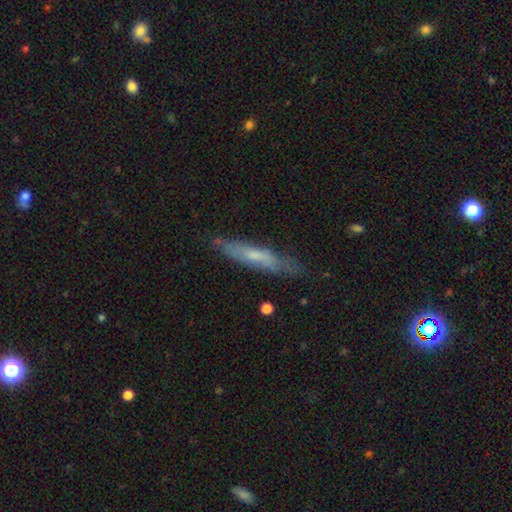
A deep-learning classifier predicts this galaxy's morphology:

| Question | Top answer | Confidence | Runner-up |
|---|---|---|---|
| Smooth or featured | smooth | 49% | featured or disk (45%) |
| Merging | none | 71% | minor disturbance (22%) |